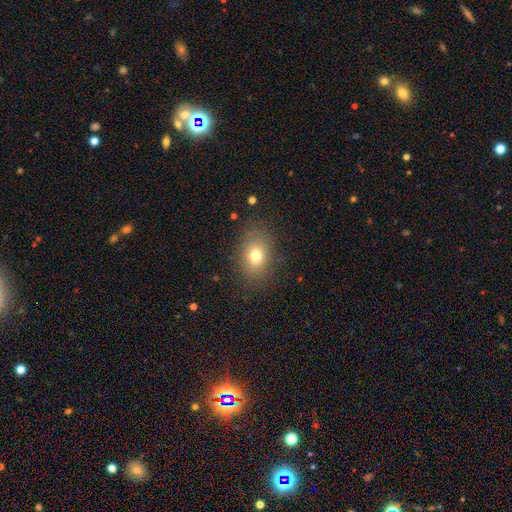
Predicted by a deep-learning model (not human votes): smooth_or_featured: smooth (p=0.75) [alt: star or artifact p=0.13]
how_rounded: in between (p=0.64) [alt: round p=0.34]
merging: none (p=0.82) [alt: minor disturbance p=0.12]